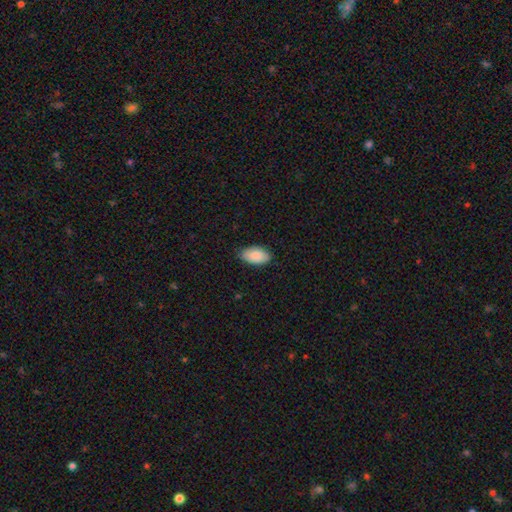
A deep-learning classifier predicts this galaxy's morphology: Overall: smooth (88%). How rounded: in between (95%). Merging: none (80%).